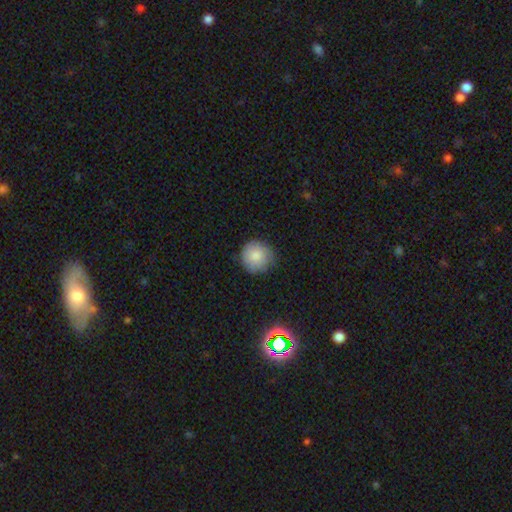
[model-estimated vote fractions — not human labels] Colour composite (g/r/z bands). It shows a smooth galaxy with no disk features (83%) that is round (93%). Merging: none (78%).